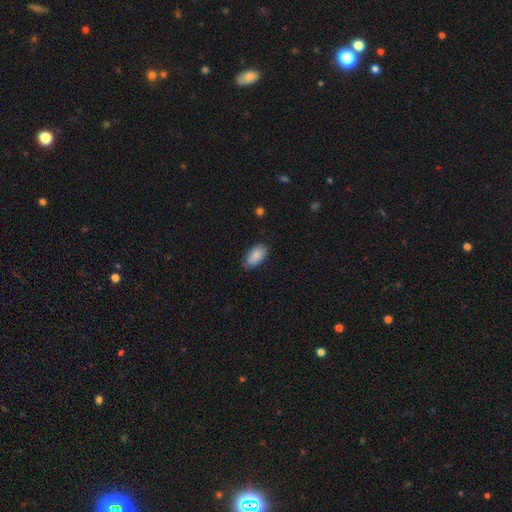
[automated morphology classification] Smooth or featured? smooth (84%)
How rounded? in between (94%)
Merging? none (73%)